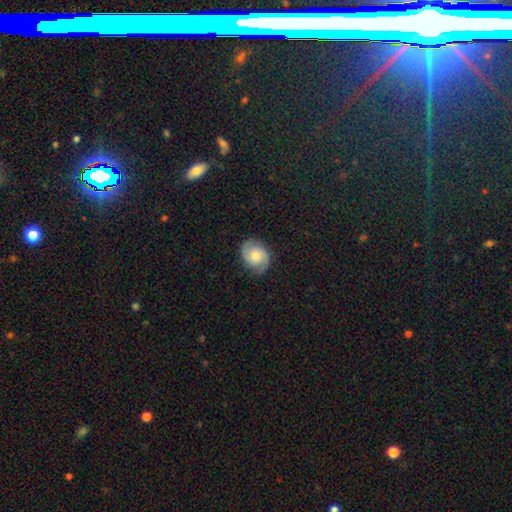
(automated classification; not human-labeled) Smooth or featured? Predicted: featured or disk (p=0.71). Edge-on disk? Predicted: no (p=0.98). Bar? Predicted: no (p=0.70). Spiral arms? Predicted: yes (p=0.95). Spiral winding? Predicted: medium (p=0.49). Spiral arm count? Predicted: 2 (p=0.91). Bulge size? Predicted: moderate (p=0.54). Merging? Predicted: none (p=0.83).